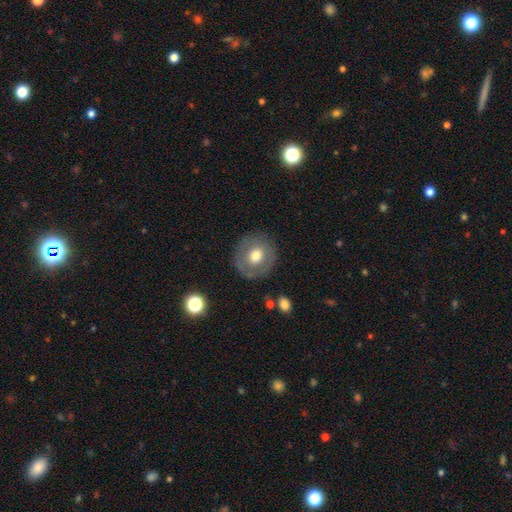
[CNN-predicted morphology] The model was most divided on "smooth or featured": smooth: 61%, featured or disk: 31%, star or artifact: 8%. More confident: how rounded — round (88%); merging — none (84%).